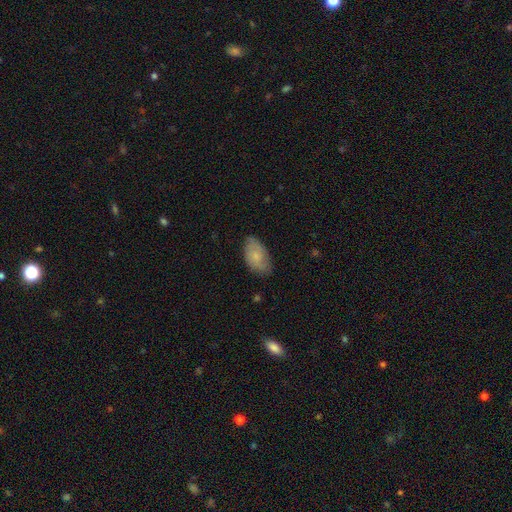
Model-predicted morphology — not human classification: type=smooth (69%); roundness=in between (94%); merging=none (72%).